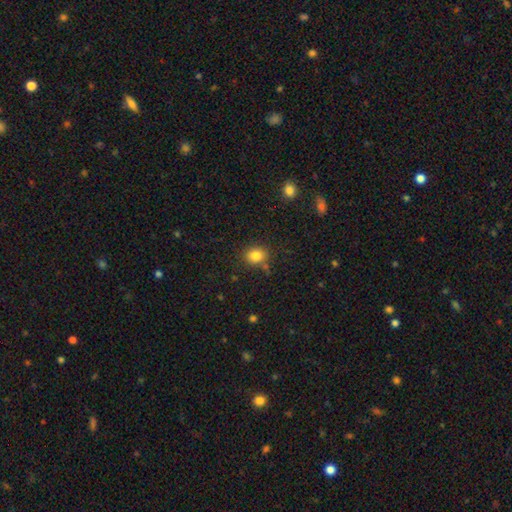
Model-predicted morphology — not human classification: A smooth galaxy with no disk features (83%) that is round (58%). Merging: none (79%).